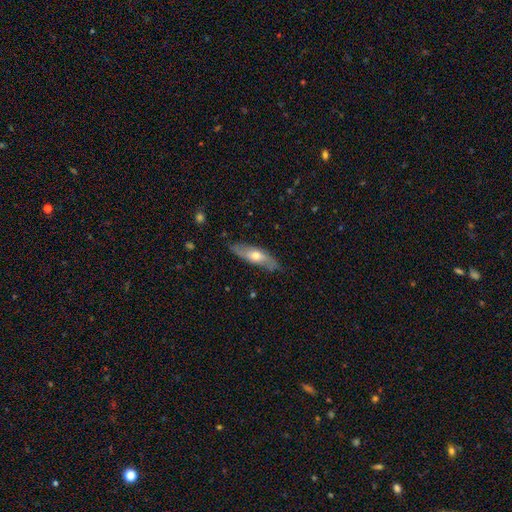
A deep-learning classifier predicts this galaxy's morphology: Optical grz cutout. It shows a smooth galaxy with no disk features (48%). Merging: none (80%).